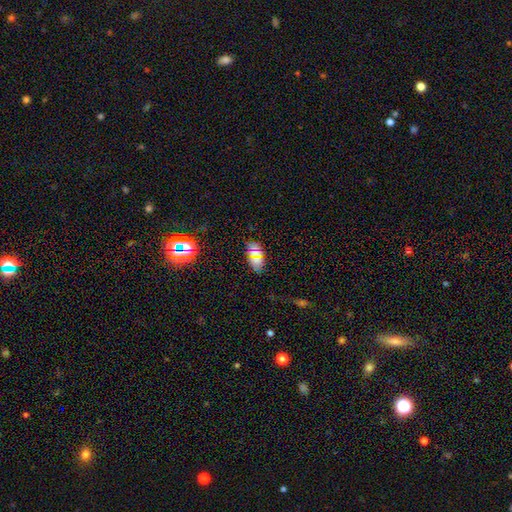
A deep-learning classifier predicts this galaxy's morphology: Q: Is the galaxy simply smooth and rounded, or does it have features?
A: smooth — 62%.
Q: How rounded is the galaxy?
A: in between — 87%.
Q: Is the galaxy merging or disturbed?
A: none — 81%.